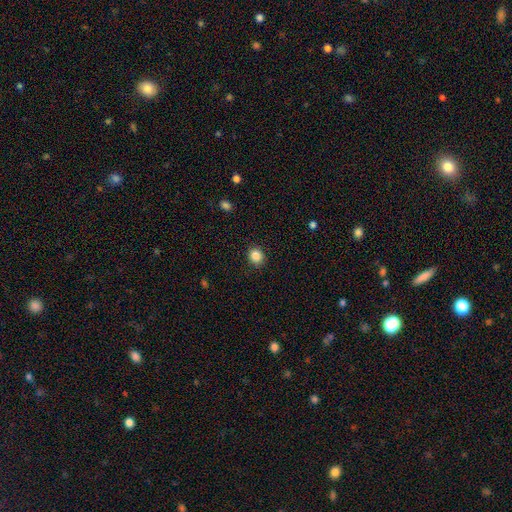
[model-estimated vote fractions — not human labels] smooth 87%, star or artifact 10%, featured or disk 3%. Down the decision tree: how rounded — round (74%); merging — none (89%).